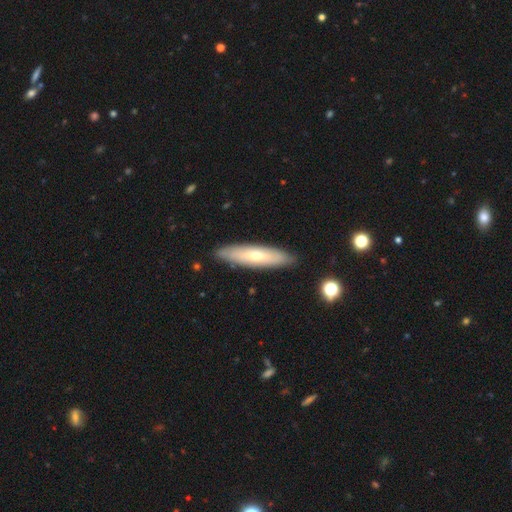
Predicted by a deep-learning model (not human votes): The model was most divided on "smooth or featured": smooth: 50%, featured or disk: 44%, star or artifact: 6%. More confident: merging — none (87%); how rounded — cigar-shaped (72%).